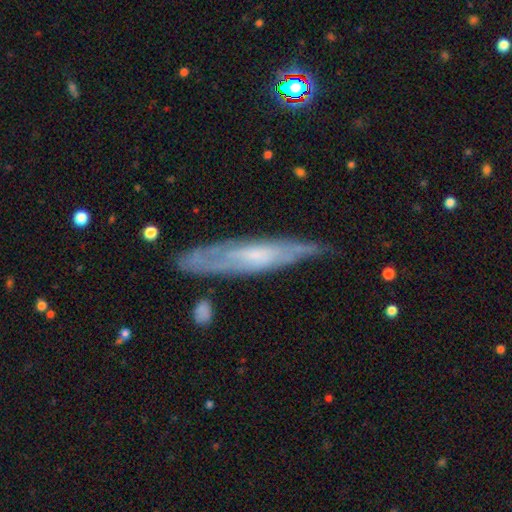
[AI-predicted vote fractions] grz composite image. It shows a featured or disk galaxy (66%) viewed edge-on (64%). Merging: none (71%).